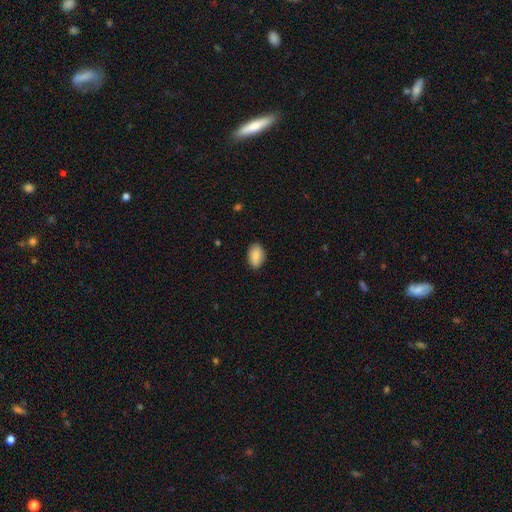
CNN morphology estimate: type=smooth (86%); roundness=in between (90%); merging=none (85%).